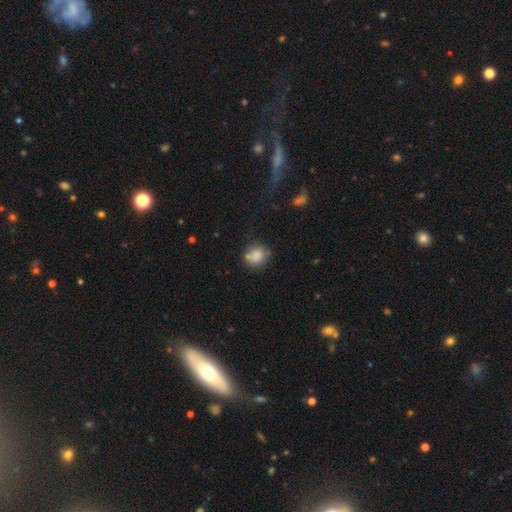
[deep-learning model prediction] smooth-or-featured: smooth: 82% | star or artifact: 9% | featured or disk: 9%
  how-rounded: round: 72% | in between: 26% | cigar-shaped: 1%
  merging: none: 61% | minor disturbance: 20% | merger: 13% | major disturbance: 6%